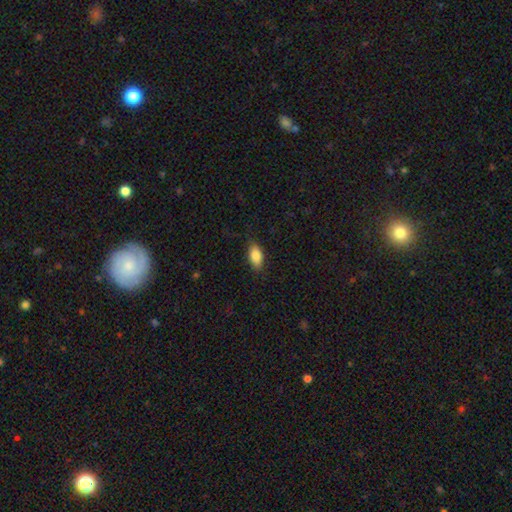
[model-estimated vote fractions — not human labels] This appears to be a smooth galaxy with no disk features (87%) that is in between round and cigar-shaped (91%). Merging: none (83%).